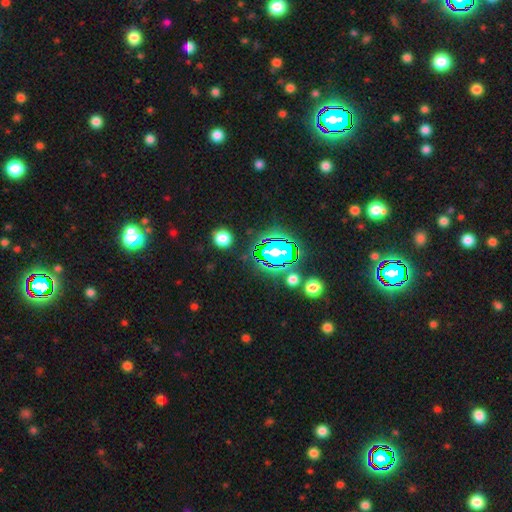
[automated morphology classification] smooth_or_featured: star or artifact (p=0.81) [alt: smooth p=0.12]